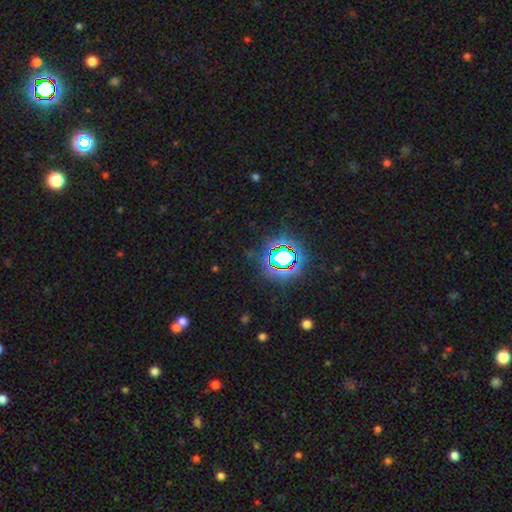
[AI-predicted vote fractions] A star or artifact, not a galaxy (76%).